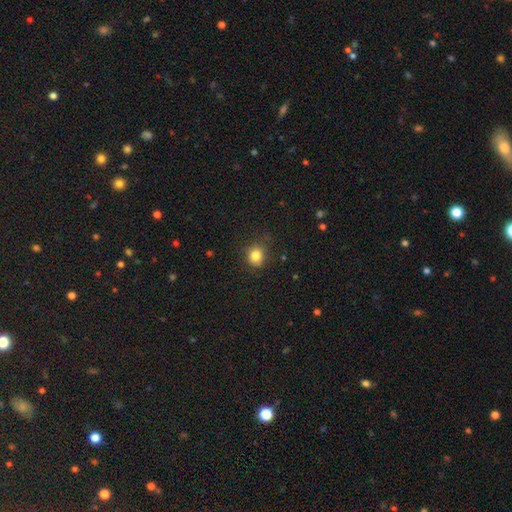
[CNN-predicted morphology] Smooth or featured? smooth (83%)
How rounded? round (79%)
Merging? none (82%)